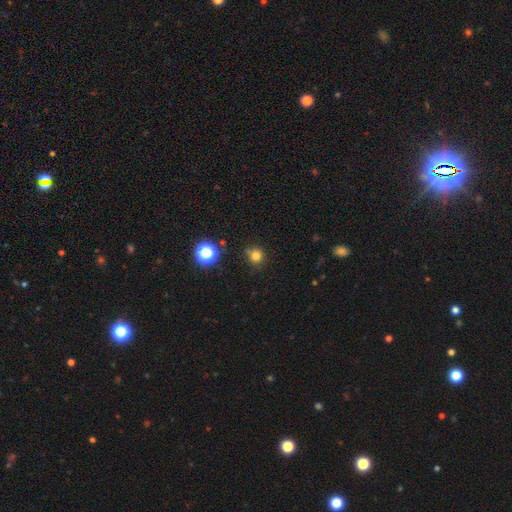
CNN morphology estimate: Smooth or featured: smooth — 78% (star or artifact — 17%)
How rounded: round — 89% (in between — 10%)
Merging: none — 75% (minor disturbance — 18%)